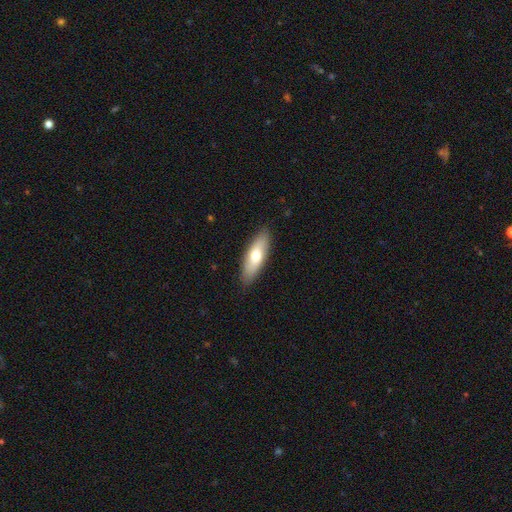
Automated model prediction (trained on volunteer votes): smooth-or-featured: smooth: 66% | featured or disk: 28% | star or artifact: 6%
  how-rounded: in between: 57% | cigar-shaped: 41% | round: 2%
  merging: none: 88% | minor disturbance: 9% | major disturbance: 2% | merger: 1%